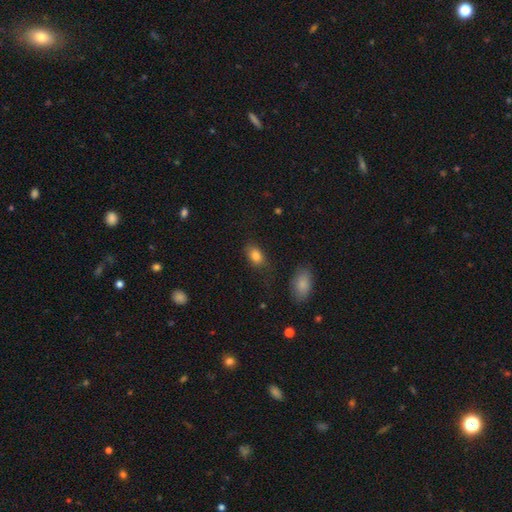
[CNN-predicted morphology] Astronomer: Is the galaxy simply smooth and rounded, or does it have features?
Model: smooth — 84%.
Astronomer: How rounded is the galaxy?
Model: in between — 85%.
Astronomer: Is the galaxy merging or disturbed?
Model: none — 77%.